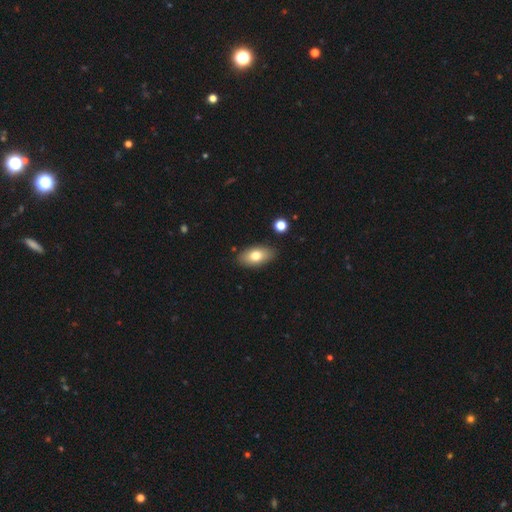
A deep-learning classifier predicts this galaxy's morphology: A smooth galaxy with no disk features (76%) that is in between round and cigar-shaped (91%).

Vote fractions:
- Smooth or featured? smooth: 76% / featured or disk: 17% / star or artifact: 7%
- How rounded? in between: 91% / round: 5% / cigar-shaped: 4%
- Merging? none: 86% / minor disturbance: 10% / major disturbance: 2% / merger: 2%